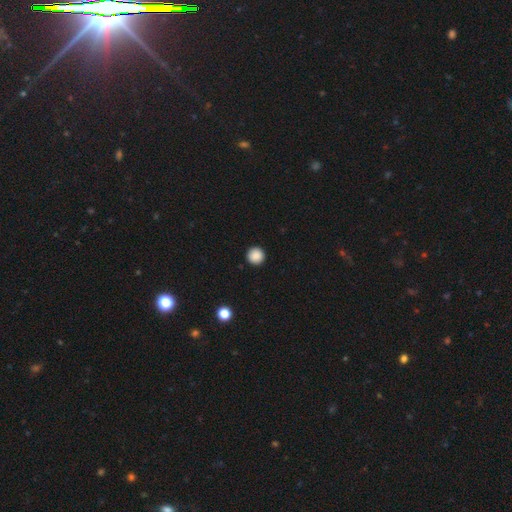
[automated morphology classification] smooth 88%, star or artifact 9%, featured or disk 3%. Down the decision tree: how rounded — round (96%); merging — none (93%).